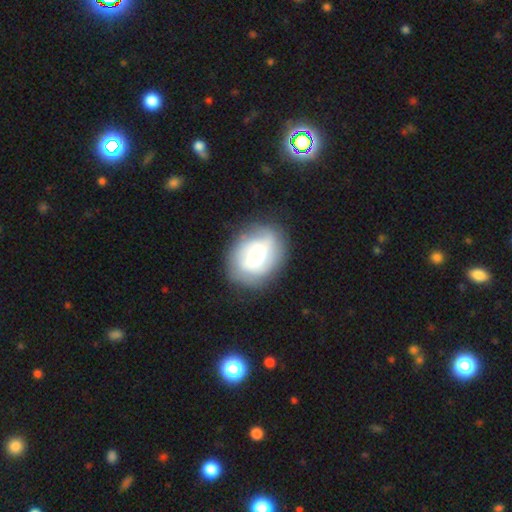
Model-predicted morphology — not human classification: featured or disk 55%, smooth 37%, star or artifact 8%. Down the decision tree: edge-on disk — no (96%); bar — no (51%); spiral arms — yes (74%); bulge size — moderate (58%); merging — none (69%).